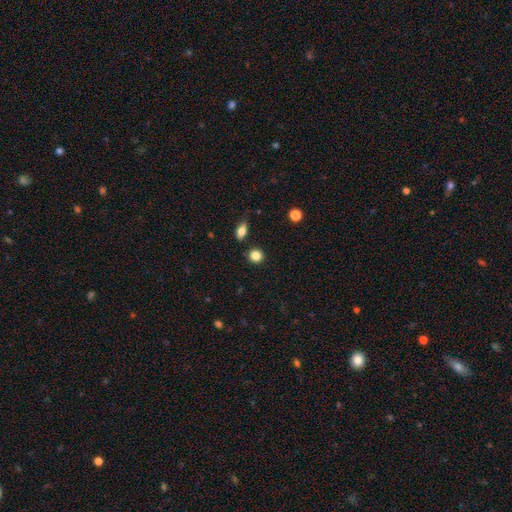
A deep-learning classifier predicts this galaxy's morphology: smooth 85%, star or artifact 10%, featured or disk 5%. Down the decision tree: how rounded — round (83%); merging — none (86%).